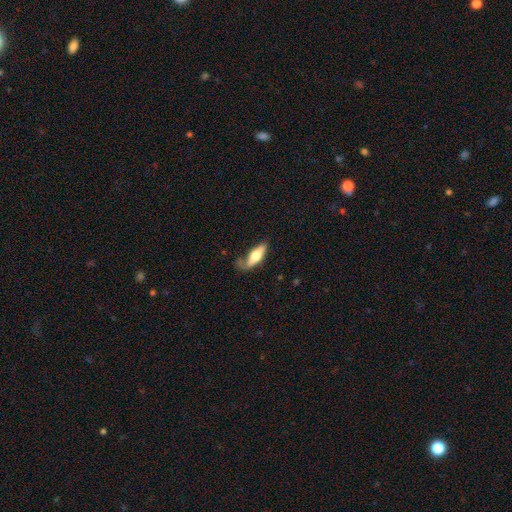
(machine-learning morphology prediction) Overall: smooth (56%; featured or disk 38%). How rounded: in between (55%; cigar-shaped 42%). Merging: none (40%; minor disturbance 31%).